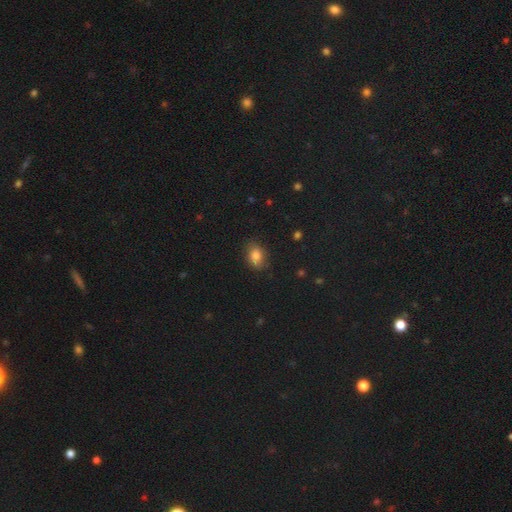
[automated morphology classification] Smooth or featured? smooth (82%)
How rounded? in between (74%)
Merging? none (80%)